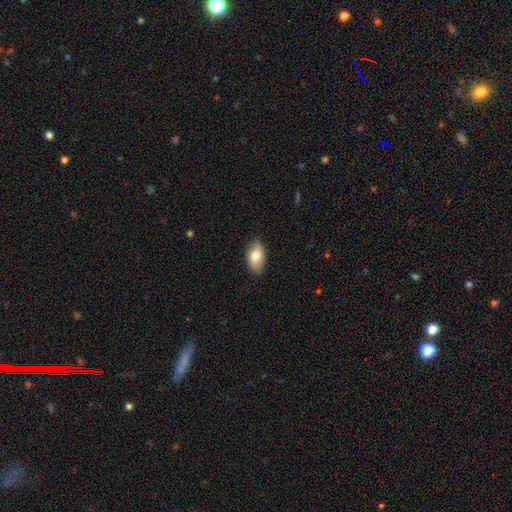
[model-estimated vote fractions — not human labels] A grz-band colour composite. It shows a smooth galaxy with no disk features (79%) that is in between round and cigar-shaped (93%). Merging: none (84%).